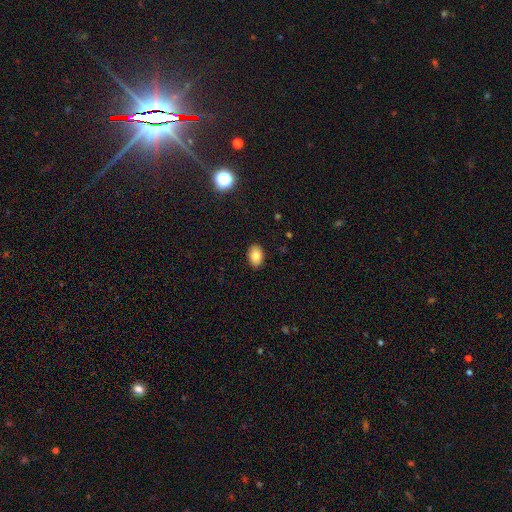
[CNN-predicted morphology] This appears to be a smooth galaxy with no disk features (83%) that is in between round and cigar-shaped (84%). Merging: none (89%).